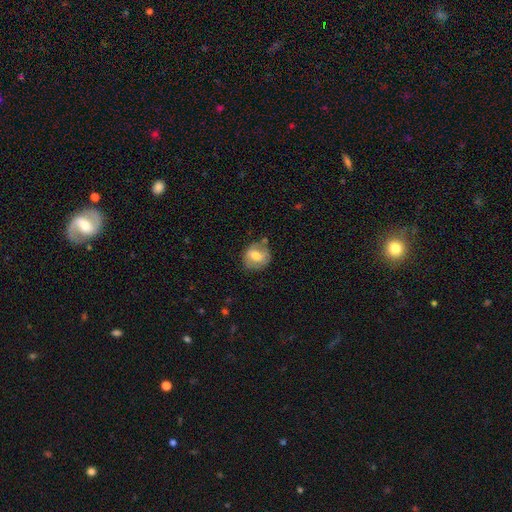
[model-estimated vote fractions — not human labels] smooth_or_featured: smooth (p=0.59) [alt: featured or disk p=0.34]
how_rounded: round (p=0.70) [alt: in between p=0.28]
merging: none (p=0.62) [alt: minor disturbance p=0.24]